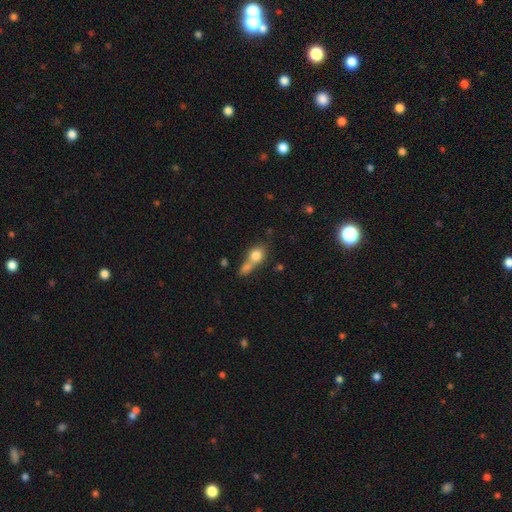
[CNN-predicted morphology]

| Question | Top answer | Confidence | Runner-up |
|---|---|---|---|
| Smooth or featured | smooth | 77% | featured or disk (14%) |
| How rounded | round | 54% | in between (41%) |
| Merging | merger | 56% | none (27%) |